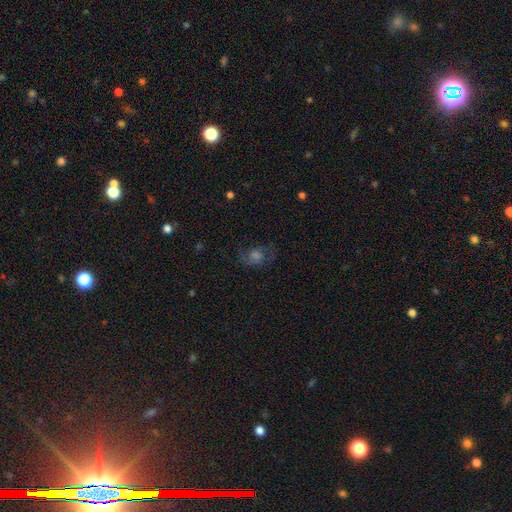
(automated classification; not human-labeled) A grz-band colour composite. It shows a featured or disk galaxy (42%). Merging: none (64%).